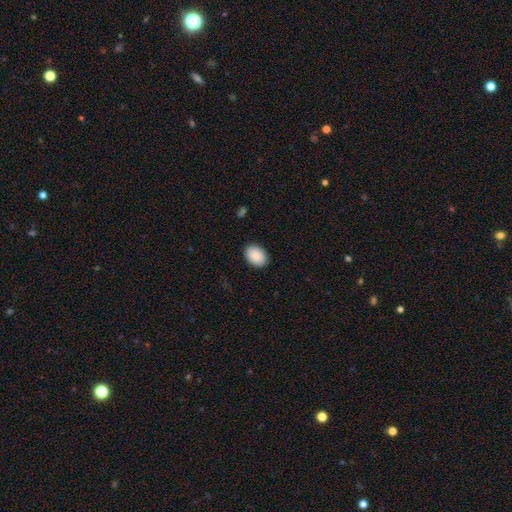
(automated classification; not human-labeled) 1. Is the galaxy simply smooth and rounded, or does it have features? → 90% smooth, 6% star or artifact, 4% featured or disk.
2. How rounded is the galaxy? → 78% in between, 21% round, 1% cigar-shaped.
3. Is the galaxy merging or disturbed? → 89% none, 8% minor disturbance, 2% major disturbance, 1% merger.